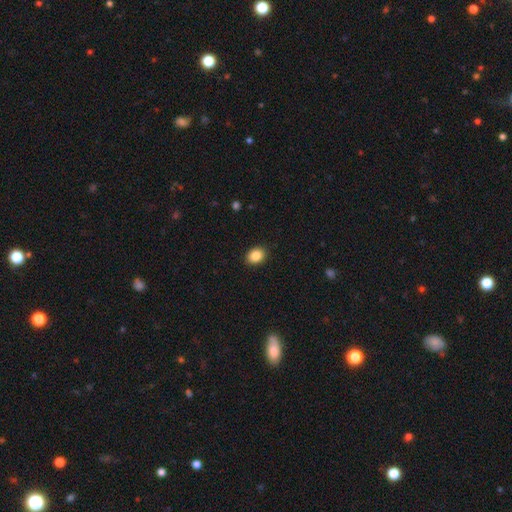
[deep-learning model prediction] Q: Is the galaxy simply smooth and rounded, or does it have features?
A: smooth — 86%.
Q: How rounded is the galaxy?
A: in between — 62%.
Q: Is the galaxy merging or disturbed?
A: none — 90%.